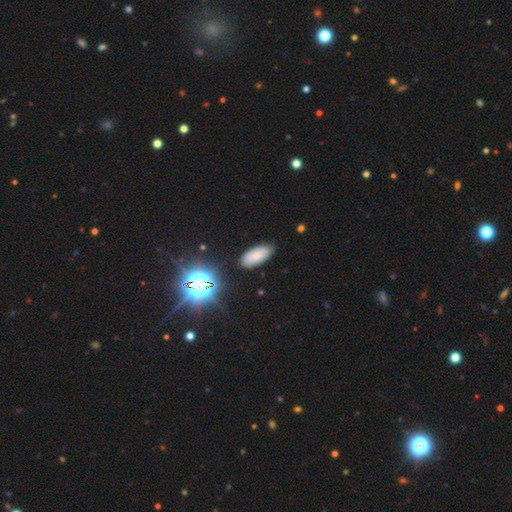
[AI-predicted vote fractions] smooth 78%, star or artifact 12%, featured or disk 10%. Down the decision tree: how rounded — in between (89%); merging — none (85%).